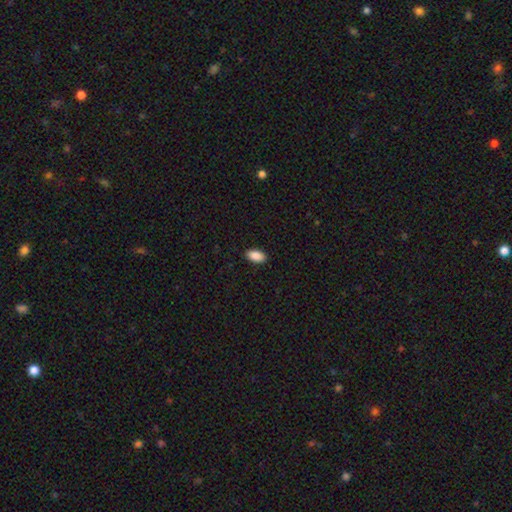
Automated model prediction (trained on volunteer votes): The model was most divided on "merging": none: 89%, minor disturbance: 8%, major disturbance: 2%, merger: 1%. More confident: how rounded — in between (94%); smooth or featured — smooth (90%).